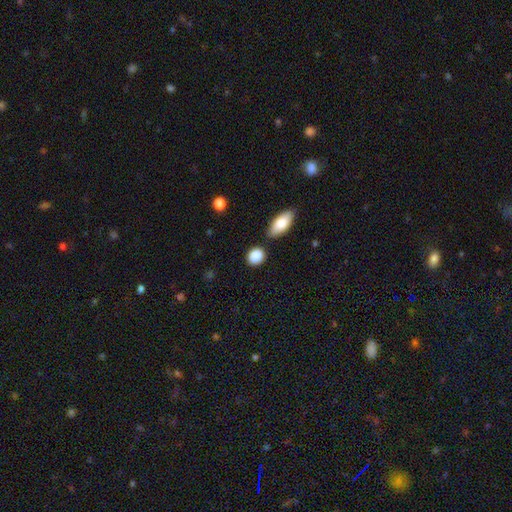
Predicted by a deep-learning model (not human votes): Smooth or featured?
  - smooth: 88% *
  - star or artifact: 8%
  - featured or disk: 5%
How rounded?
  - round: 58% *
  - in between: 40%
  - cigar-shaped: 2%
Merging?
  - none: 79% *
  - minor disturbance: 11%
  - merger: 7%
  - major disturbance: 3%